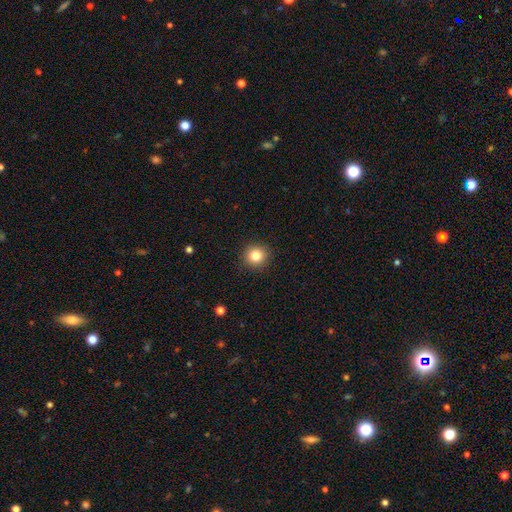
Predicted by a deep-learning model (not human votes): Smooth or featured? Predicted: smooth (p=0.82). How rounded? Predicted: round (p=0.93). Merging? Predicted: none (p=0.92).